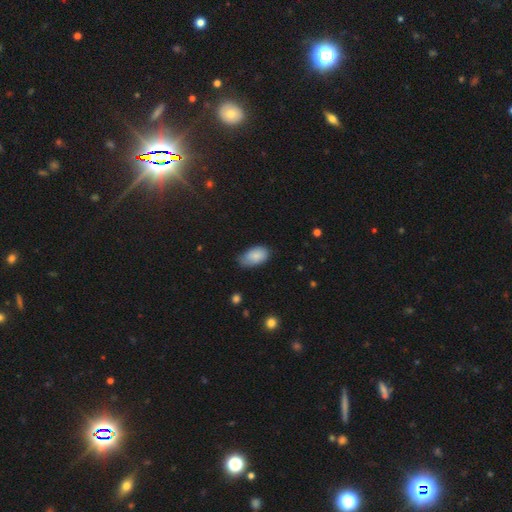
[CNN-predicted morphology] Smooth or featured? Predicted: smooth (p=0.83). How rounded? Predicted: in between (p=0.94). Merging? Predicted: none (p=0.56).